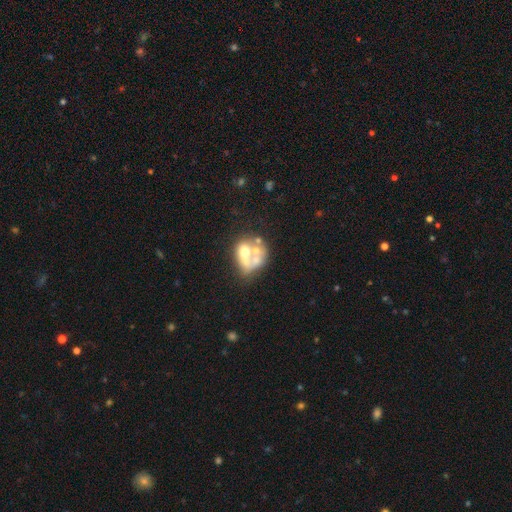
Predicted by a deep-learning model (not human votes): Overall: featured or disk (51%; smooth 37%). Edge-on disk: no (97%). Merging: merger (51%; none 21%).